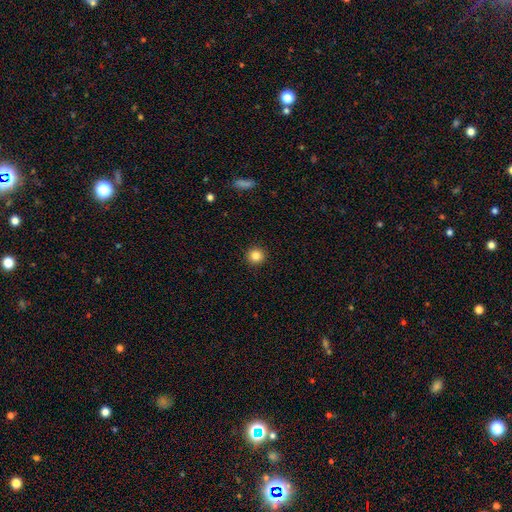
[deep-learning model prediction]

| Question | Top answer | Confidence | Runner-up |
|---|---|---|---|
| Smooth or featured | smooth | 84% | star or artifact (11%) |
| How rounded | round | 94% | in between (5%) |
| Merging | none | 93% | minor disturbance (4%) |